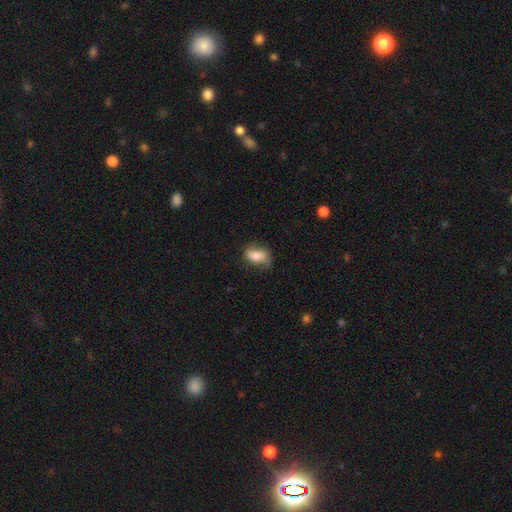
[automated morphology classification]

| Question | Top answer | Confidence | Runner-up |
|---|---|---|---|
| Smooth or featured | smooth | 65% | featured or disk (27%) |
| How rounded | in between | 85% | round (12%) |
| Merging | none | 58% | minor disturbance (29%) |